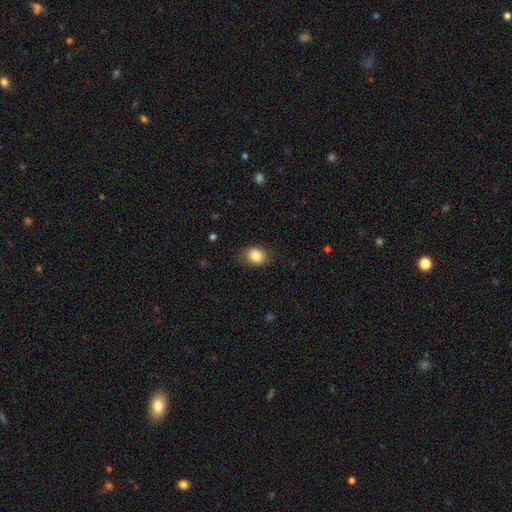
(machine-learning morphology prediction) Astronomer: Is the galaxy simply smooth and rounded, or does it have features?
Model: smooth — 85%.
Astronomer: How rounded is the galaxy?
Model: in between — 54% (runner-up: round, 45%).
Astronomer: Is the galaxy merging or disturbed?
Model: none — 81%.